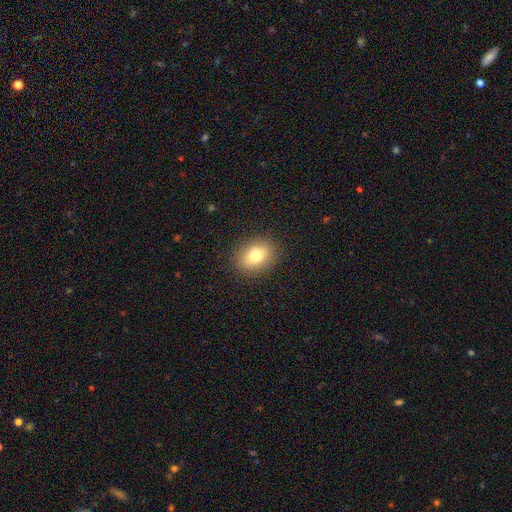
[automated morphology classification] A smooth galaxy with no disk features (77%) that is in between round and cigar-shaped (62%). Merging: none (88%).